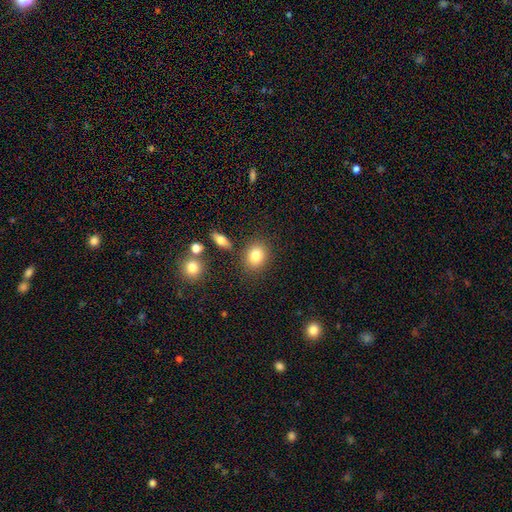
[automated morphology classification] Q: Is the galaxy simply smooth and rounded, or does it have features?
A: smooth — 82%.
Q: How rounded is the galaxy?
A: round — 61%.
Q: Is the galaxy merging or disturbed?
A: none — 81%.